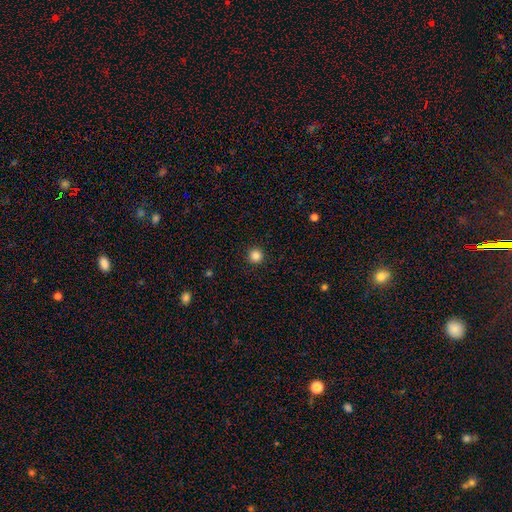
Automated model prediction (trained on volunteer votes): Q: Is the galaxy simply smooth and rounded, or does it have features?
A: smooth — 86%.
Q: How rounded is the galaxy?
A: round — 96%.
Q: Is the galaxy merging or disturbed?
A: none — 93%.